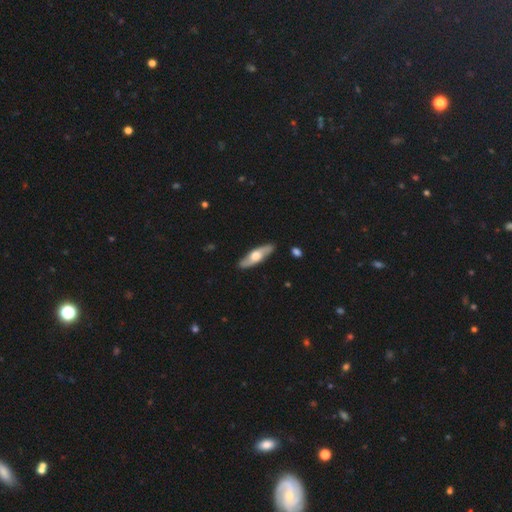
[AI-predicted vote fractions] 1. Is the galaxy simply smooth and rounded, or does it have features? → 56% featured or disk, 39% smooth, 5% star or artifact.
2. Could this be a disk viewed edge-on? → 53% yes, 47% no.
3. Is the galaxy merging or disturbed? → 88% none, 9% minor disturbance, 2% major disturbance, 1% merger.